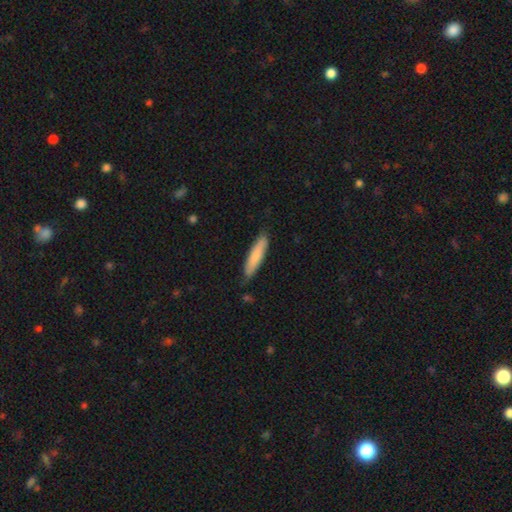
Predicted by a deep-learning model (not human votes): smooth 80%, featured or disk 15%, star or artifact 5%. Down the decision tree: how rounded — cigar-shaped (81%); merging — none (80%).